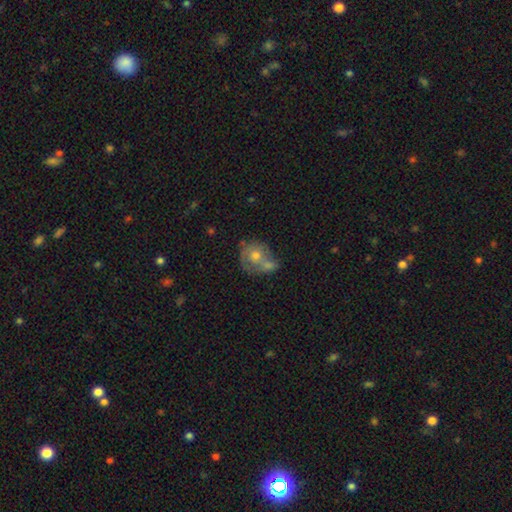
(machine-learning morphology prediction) Smooth or featured? Predicted: smooth (p=0.48). Merging? Predicted: merger (p=0.52).